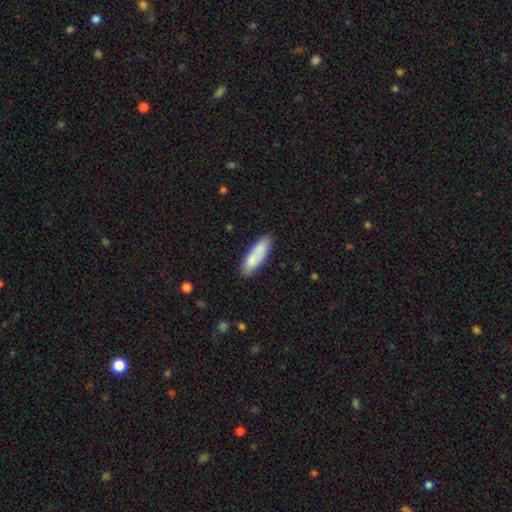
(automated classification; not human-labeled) Smooth or featured? Predicted: smooth (p=0.82). How rounded? Predicted: in between (p=0.51). Merging? Predicted: none (p=0.78).